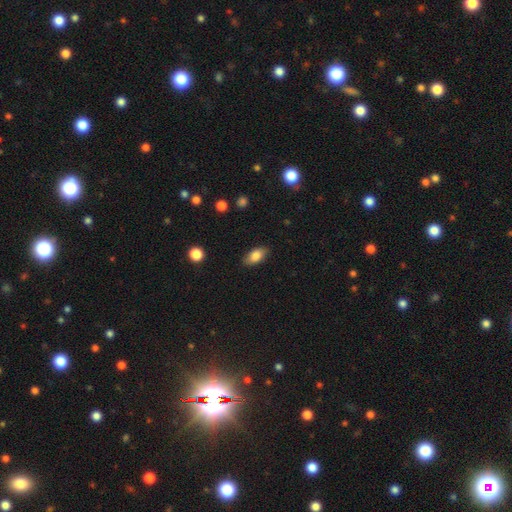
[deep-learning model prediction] smooth 83%, featured or disk 9%, star or artifact 8%. Down the decision tree: how rounded — in between (90%); merging — none (85%).